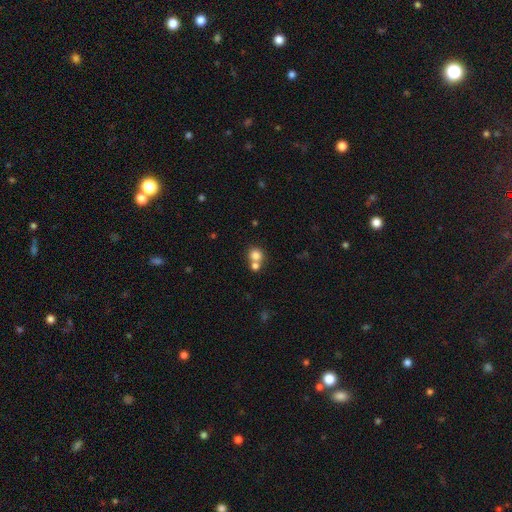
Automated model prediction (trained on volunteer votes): Overall: smooth (79%). How rounded: round (83%). Merging: none (46%; merger 44%).